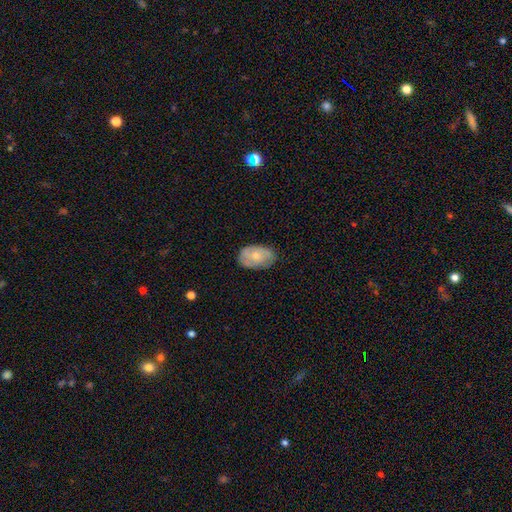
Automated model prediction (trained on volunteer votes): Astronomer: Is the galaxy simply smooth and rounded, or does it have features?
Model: smooth — 53% (runner-up: featured or disk, 40%).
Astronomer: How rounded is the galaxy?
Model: in between — 89%.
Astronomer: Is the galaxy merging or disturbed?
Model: none — 75%.